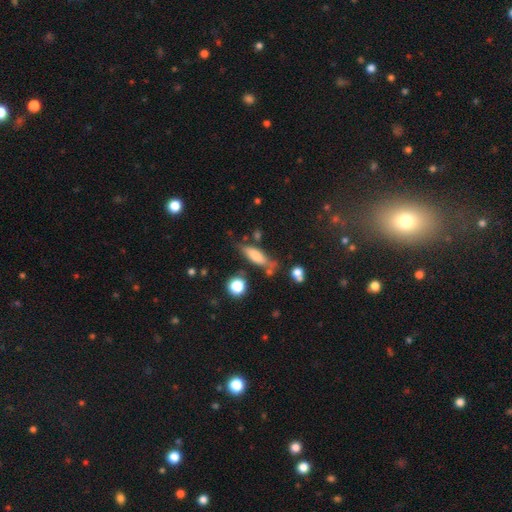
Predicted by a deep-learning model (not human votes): This is likely a smooth galaxy (69%). How rounded: possibly in between (51%). Merging: possibly none (59%).